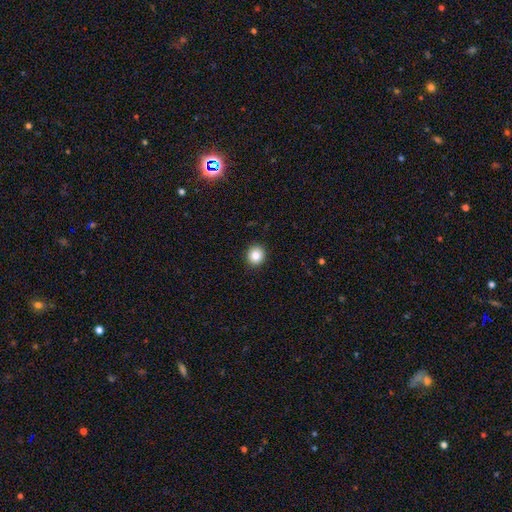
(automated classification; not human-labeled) smooth_or_featured: smooth (p=0.84) [alt: star or artifact p=0.10]
how_rounded: round (p=0.89) [alt: in between p=0.10]
merging: none (p=0.92) [alt: minor disturbance p=0.05]